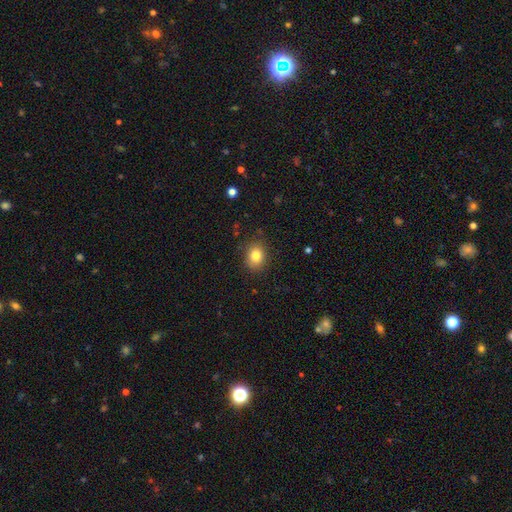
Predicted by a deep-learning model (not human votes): Morphology: type=smooth (82%); roundness=round (50%); merging=none (85%).